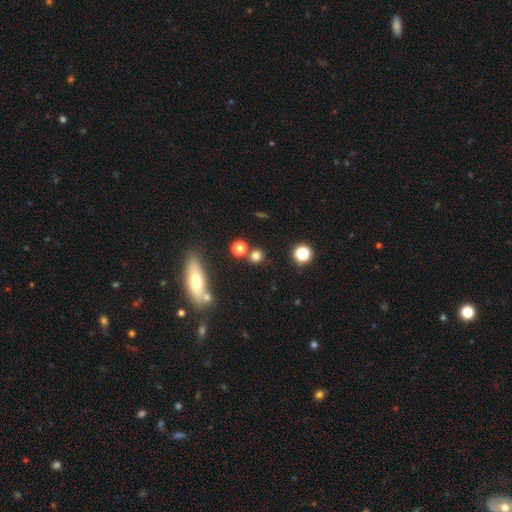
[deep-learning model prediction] Smooth or featured: smooth — 75% (star or artifact — 17%)
How rounded: round — 87% (in between — 11%)
Merging: none — 75% (merger — 13%)